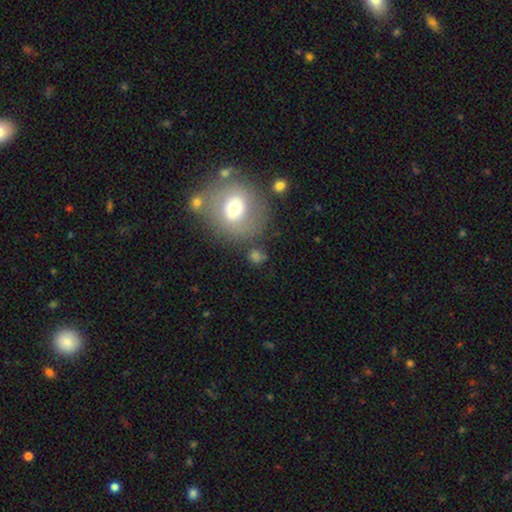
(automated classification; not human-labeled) Q: Smooth or featured?
A: smooth (67%); runner-up: featured or disk (18%)
Q: How rounded?
A: round (75%); runner-up: in between (23%)
Q: Merging?
A: none (66%); runner-up: minor disturbance (14%)